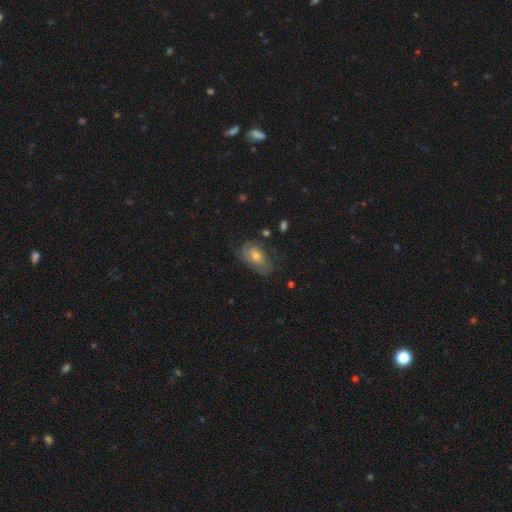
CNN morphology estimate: type=featured or disk (53%); edge-on=no (93%); merging=none (55%).